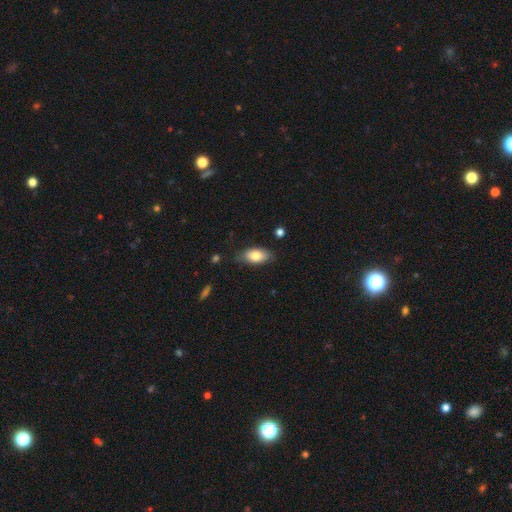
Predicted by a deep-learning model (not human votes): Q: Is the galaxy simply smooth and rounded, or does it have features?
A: smooth — 80%.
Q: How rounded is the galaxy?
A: in between — 91%.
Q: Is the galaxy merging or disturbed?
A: none — 78%.